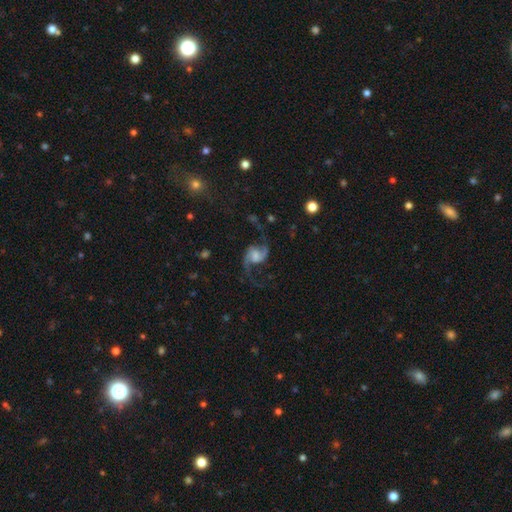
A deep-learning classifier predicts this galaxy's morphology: A featured or disk galaxy (89%) with no bar (46%), 2 (94%) loose (68%) spiral arms (98%) and a moderate central bulge (29%).

Vote fractions:
- Smooth or featured? featured or disk: 89% / star or artifact: 6% / smooth: 5%
- Edge-on disk? no: 98% / yes: 2%
- Bar? no: 46% / weak: 42% / strong: 12%
- Spiral arms? yes: 98% / no: 2%
- Spiral winding? loose: 68% / medium: 28% / tight: 4%
- Spiral arm count? 2: 94% / 1: 2% / can't tell: 1% / 3: 1% / 4: 1% / more than 4: 1%
- Bulge size? moderate: 29% / none: 26% / small: 22% / large: 20% / dominant: 3%
- Merging? none: 72% / minor disturbance: 14% / major disturbance: 12% / merger: 2%